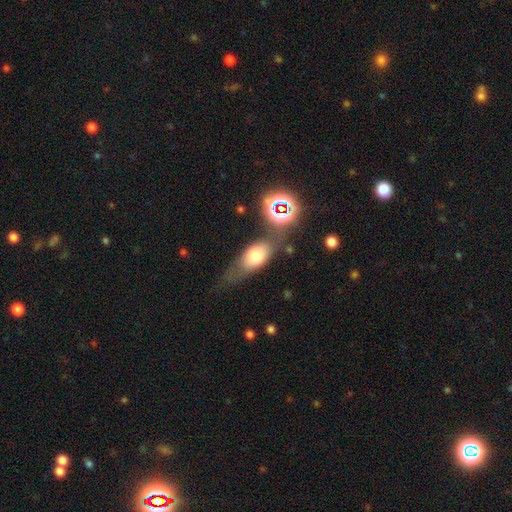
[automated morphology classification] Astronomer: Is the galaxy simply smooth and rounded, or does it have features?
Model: smooth — 64%.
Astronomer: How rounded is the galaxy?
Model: in between — 76%.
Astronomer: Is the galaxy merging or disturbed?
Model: none — 49%.